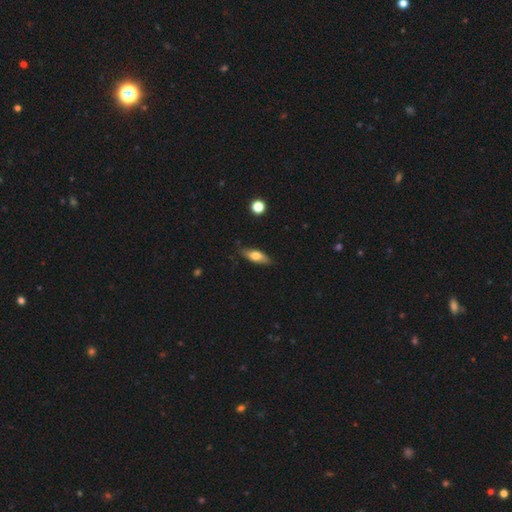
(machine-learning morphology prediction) The model was most divided on "how rounded": in between: 65%, cigar-shaped: 31%, round: 3%. More confident: merging — none (81%); smooth or featured — smooth (66%).